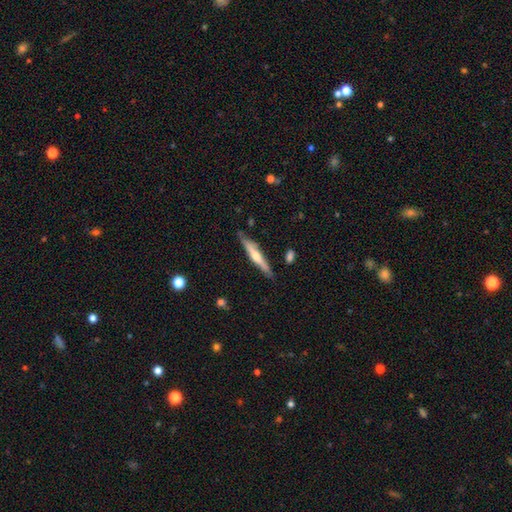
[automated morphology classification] smooth-or-featured: featured or disk: 58% | smooth: 37% | star or artifact: 6%
  disk-edge-on: yes: 95% | no: 5%
    edge-on-bulge: rounded: 76% | none: 15% | boxy: 8%
  merging: none: 83% | minor disturbance: 13% | major disturbance: 2% | merger: 2%